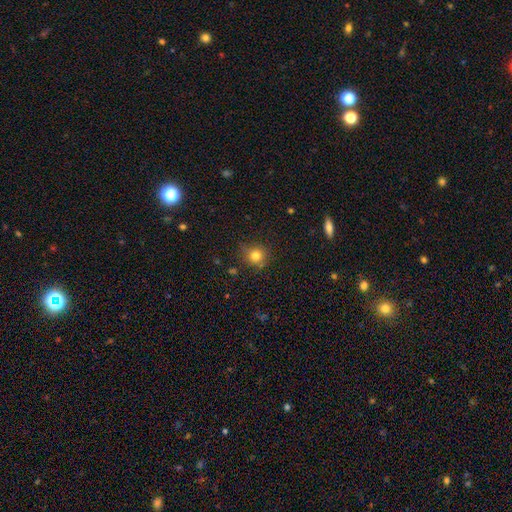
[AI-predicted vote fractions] Smooth or featured?
  - smooth: 80% *
  - star or artifact: 13%
  - featured or disk: 7%
How rounded?
  - round: 88% *
  - in between: 11%
  - cigar-shaped: 1%
Merging?
  - none: 78% *
  - minor disturbance: 15%
  - major disturbance: 4%
  - merger: 3%